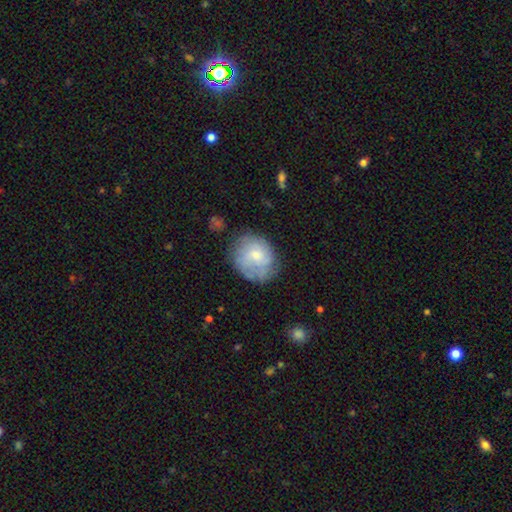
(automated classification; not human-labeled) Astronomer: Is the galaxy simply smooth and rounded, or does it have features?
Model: smooth — 48% (runner-up: featured or disk, 44%).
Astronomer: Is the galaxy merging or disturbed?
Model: none — 63%.